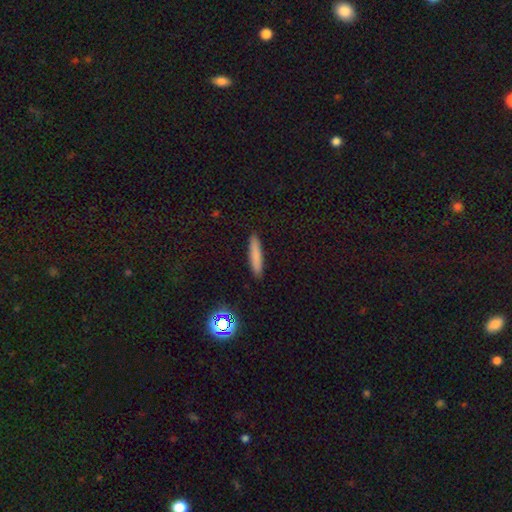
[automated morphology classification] type=smooth (81%); roundness=cigar-shaped (89%); merging=none (91%).